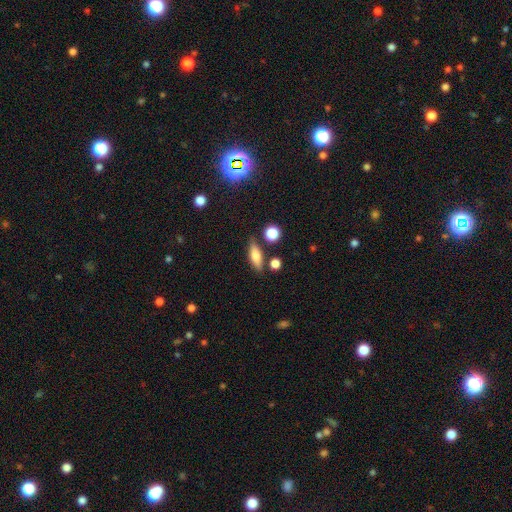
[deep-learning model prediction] Smooth or featured? smooth (68%)
How rounded? in between (53%)
Merging? none (77%)